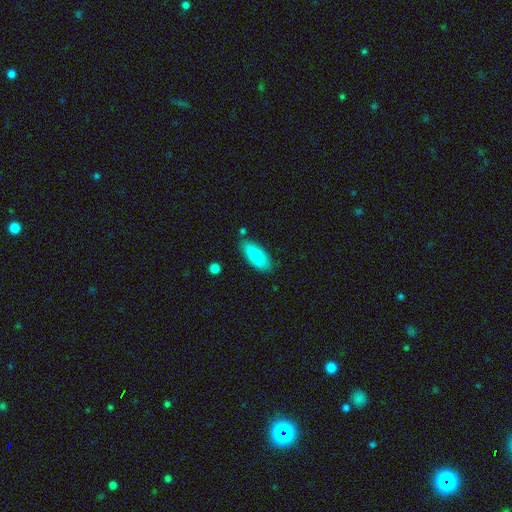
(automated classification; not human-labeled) A smooth galaxy with no disk features (85%) that is in between round and cigar-shaped (79%).

Vote fractions:
- Smooth or featured? smooth: 85% / featured or disk: 9% / star or artifact: 6%
- How rounded? in between: 79% / cigar-shaped: 20% / round: 2%
- Merging? none: 80% / minor disturbance: 14% / merger: 3% / major disturbance: 3%